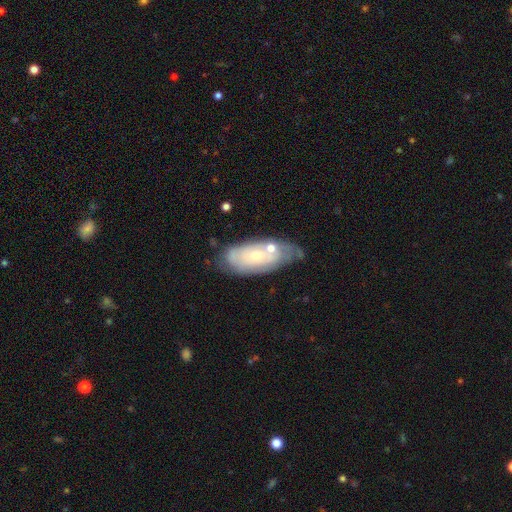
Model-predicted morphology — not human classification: featured or disk 58%, smooth 35%, star or artifact 7%. Down the decision tree: edge-on disk — no (89%); bar — no (83%); spiral arms — yes (60%); bulge size — small (56%); merging — none (53%).